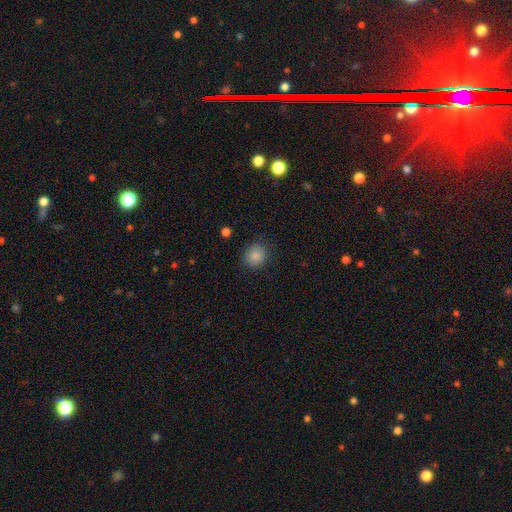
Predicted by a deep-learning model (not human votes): A smooth galaxy with no disk features (86%) that is round (82%). Merging: none (87%).